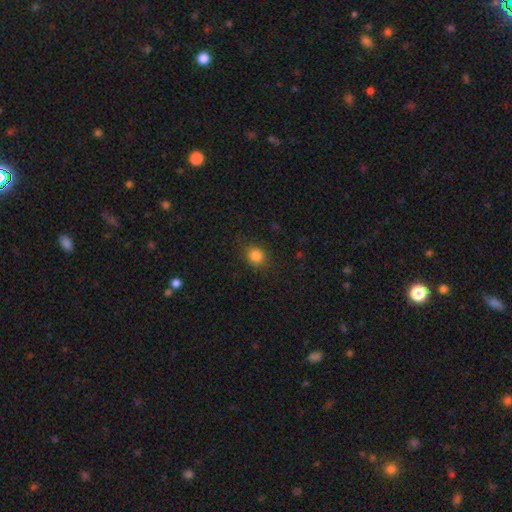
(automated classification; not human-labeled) A smooth galaxy with no disk features (83%) that is round (70%).

Vote fractions:
- Smooth or featured? smooth: 83% / star or artifact: 12% / featured or disk: 5%
- How rounded? round: 70% / in between: 29% / cigar-shaped: 1%
- Merging? none: 84% / minor disturbance: 12% / major disturbance: 4% / merger: 1%